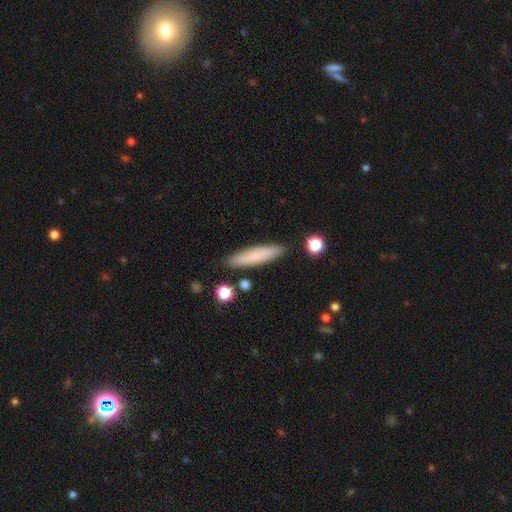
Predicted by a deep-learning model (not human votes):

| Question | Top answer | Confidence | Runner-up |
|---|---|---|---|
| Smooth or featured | smooth | 75% | featured or disk (19%) |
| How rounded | cigar-shaped | 81% | in between (18%) |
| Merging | none | 86% | minor disturbance (9%) |